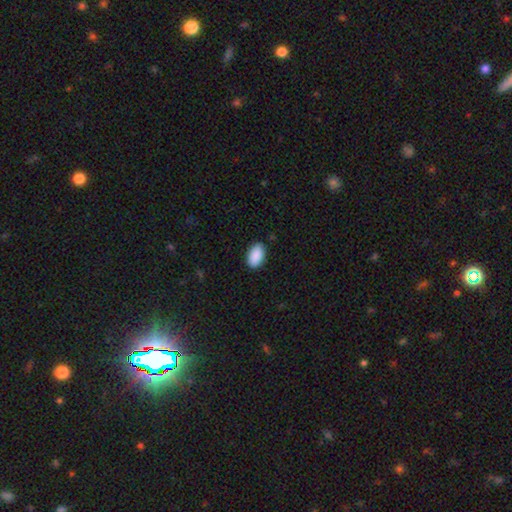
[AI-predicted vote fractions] Smooth or featured: smooth — 91% (star or artifact — 6%)
How rounded: in between — 94% (round — 5%)
Merging: none — 88% (minor disturbance — 9%)